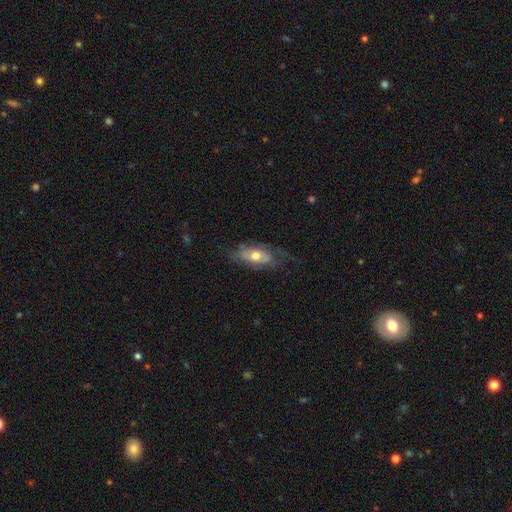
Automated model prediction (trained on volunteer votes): The model was most divided on "smooth or featured": featured or disk: 53%, smooth: 40%, star or artifact: 6%. More confident: edge-on disk — no (80%); merging — none (51%).